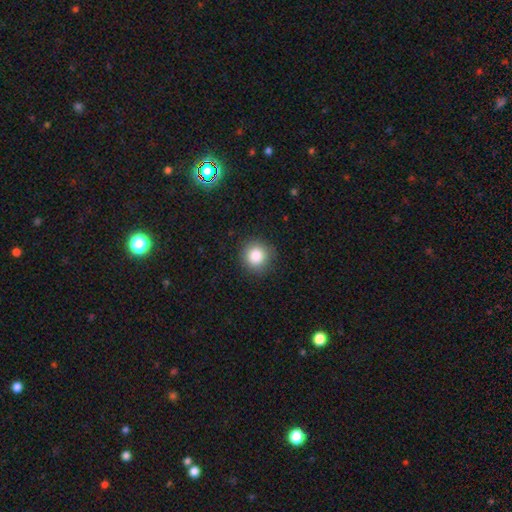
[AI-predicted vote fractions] smooth 86%, star or artifact 10%, featured or disk 5%. Down the decision tree: how rounded — round (92%); merging — none (87%).